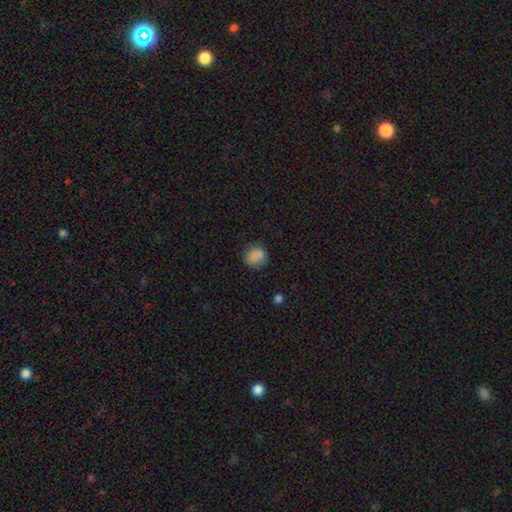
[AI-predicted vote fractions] smooth-or-featured: smooth: 81% | star or artifact: 11% | featured or disk: 8%
  how-rounded: round: 77% | in between: 22% | cigar-shaped: 1%
  merging: none: 70% | minor disturbance: 19% | merger: 6% | major disturbance: 5%